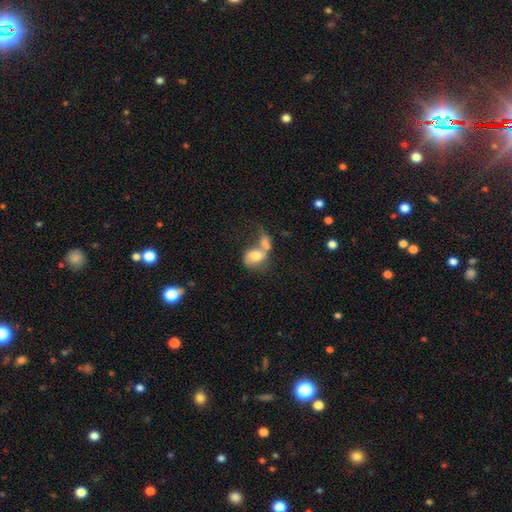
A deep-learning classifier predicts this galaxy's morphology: Smooth or featured? smooth (53%)
How rounded? in between (75%)
Merging? merger (66%)